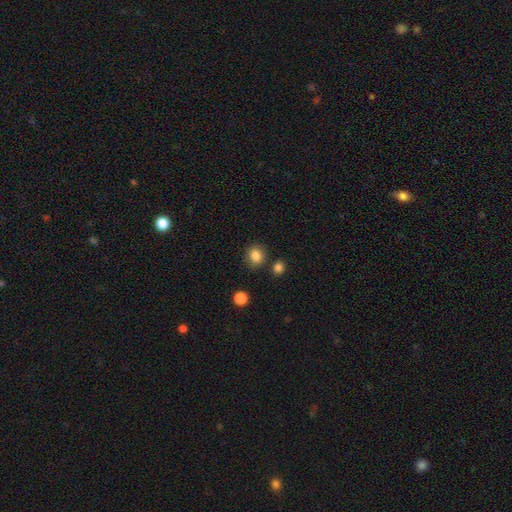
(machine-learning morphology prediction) This appears to be a smooth galaxy with no disk features (85%) that is round (72%). Merging: none (80%).